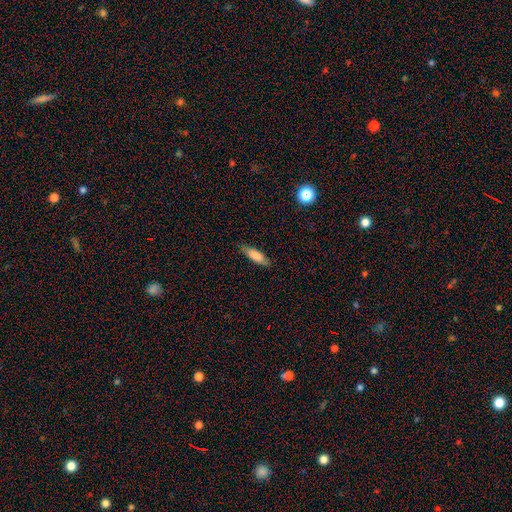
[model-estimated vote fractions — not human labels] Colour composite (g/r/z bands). It shows a smooth galaxy with no disk features (80%) that is cigar-shaped (52%). Merging: none (83%).